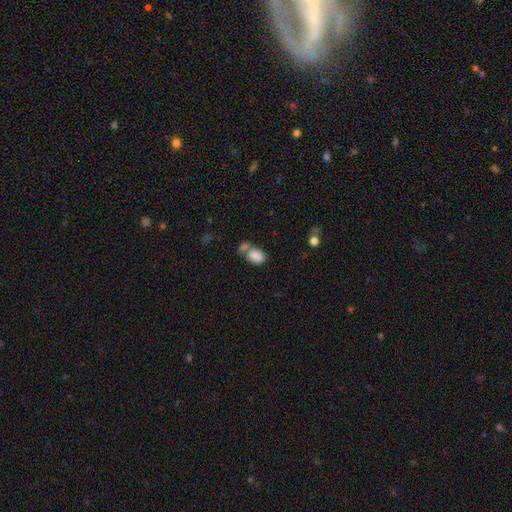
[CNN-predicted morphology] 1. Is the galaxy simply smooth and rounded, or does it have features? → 83% smooth, 9% featured or disk, 9% star or artifact.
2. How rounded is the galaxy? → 86% in between, 13% round, 1% cigar-shaped.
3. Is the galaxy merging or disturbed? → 47% merger, 31% none, 14% minor disturbance, 8% major disturbance.